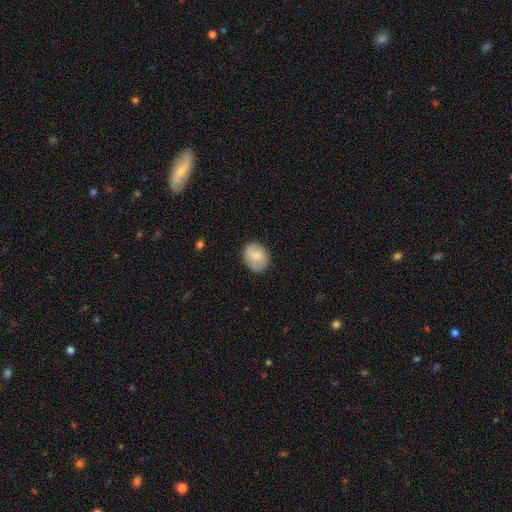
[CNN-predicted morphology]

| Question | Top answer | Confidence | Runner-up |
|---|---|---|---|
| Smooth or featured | smooth | 74% | featured or disk (19%) |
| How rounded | round | 58% | in between (41%) |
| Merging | none | 85% | minor disturbance (12%) |